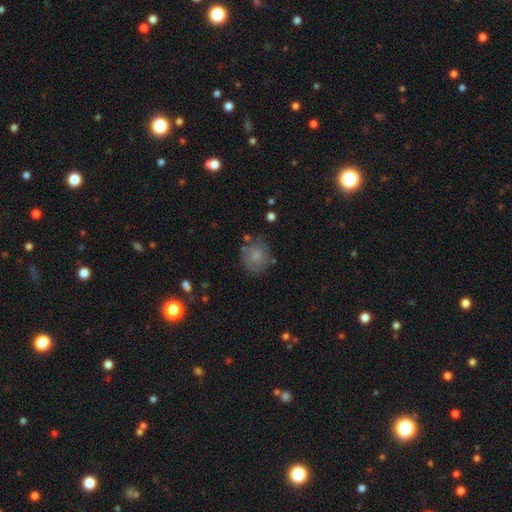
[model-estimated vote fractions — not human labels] A smooth galaxy with no disk features (73%) that is round (84%).

Vote fractions:
- Smooth or featured? smooth: 73% / featured or disk: 18% / star or artifact: 9%
- How rounded? round: 84% / in between: 15% / cigar-shaped: 1%
- Merging? none: 67% / minor disturbance: 21% / major disturbance: 7% / merger: 5%